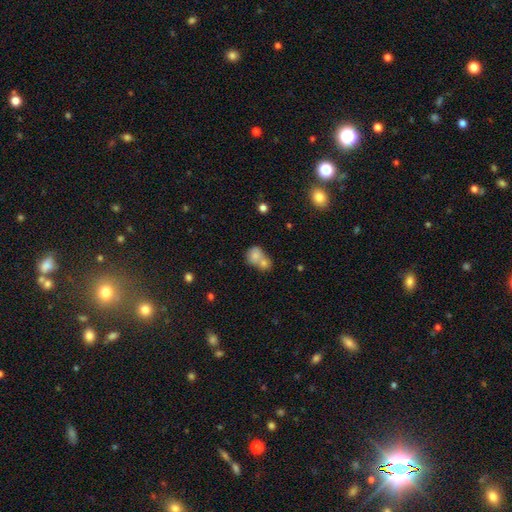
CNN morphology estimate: Smooth or featured? Predicted: smooth (p=0.76). How rounded? Predicted: round (p=0.60). Merging? Predicted: merger (p=0.66).